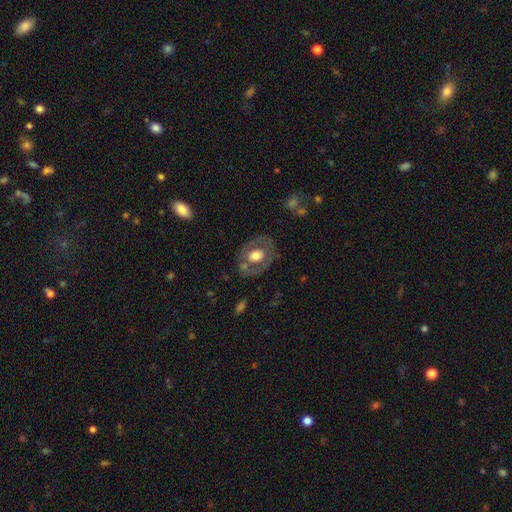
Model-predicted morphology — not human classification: This appears to be a smooth galaxy with no disk features (47%, tied with featured or disk). Merging: none (68%).